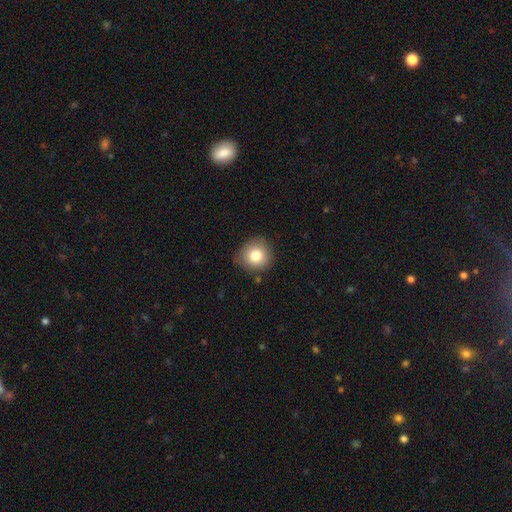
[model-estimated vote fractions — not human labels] Smooth or featured? Predicted: smooth (p=0.81). How rounded? Predicted: round (p=0.91). Merging? Predicted: none (p=0.83).